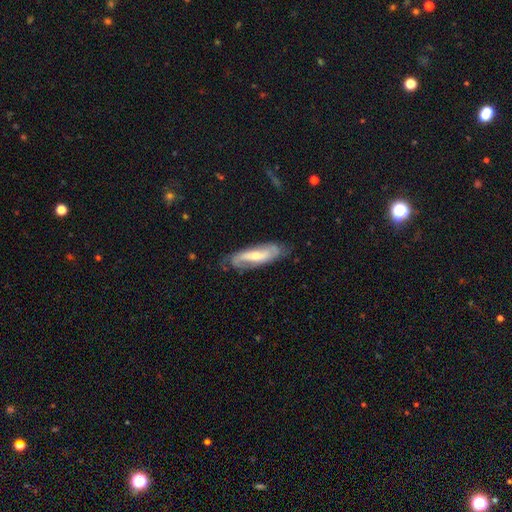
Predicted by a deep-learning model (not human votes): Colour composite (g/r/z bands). It shows a featured or disk galaxy (72%) with a weak bar (35%), 2 (77%) medium (39%) spiral arms (89%) and a small central bulge (48%). Merging: none (70%).